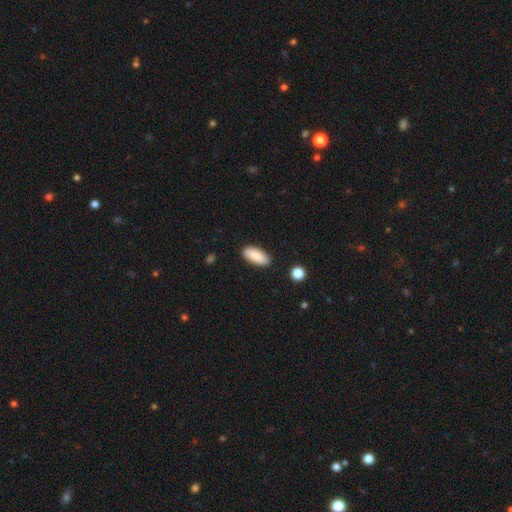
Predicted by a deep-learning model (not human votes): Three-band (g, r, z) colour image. It shows a smooth galaxy with no disk features (85%) that is in between round and cigar-shaped (82%). Merging: none (87%).